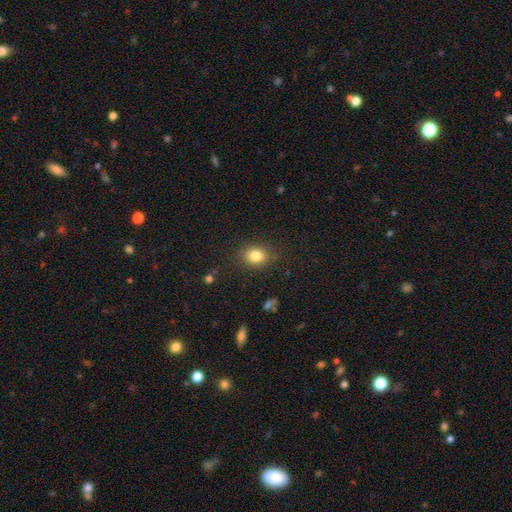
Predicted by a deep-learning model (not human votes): Morphology: type=smooth (82%); roundness=round (53%); merging=none (85%).